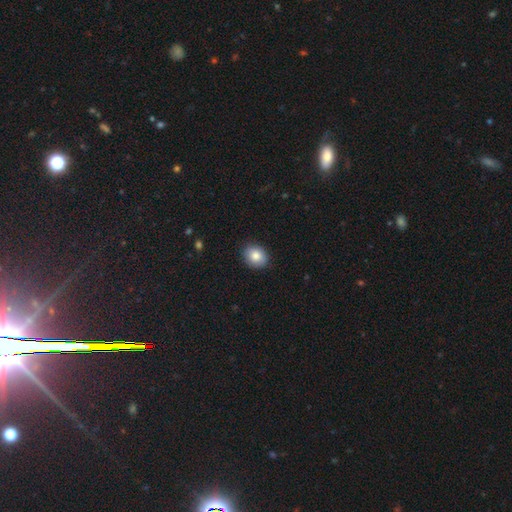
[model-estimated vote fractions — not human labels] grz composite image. It shows a smooth galaxy with no disk features (84%) that is round (55%). Merging: none (88%).